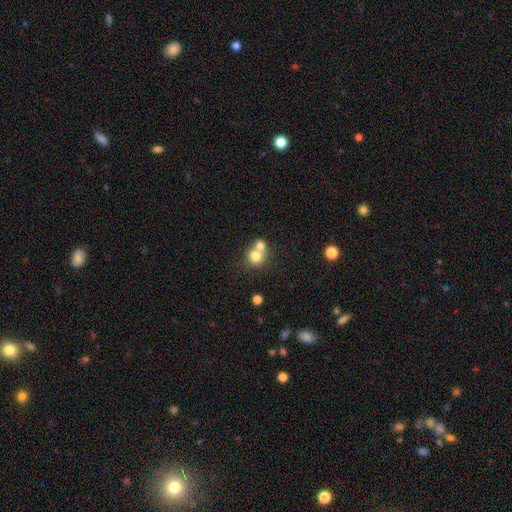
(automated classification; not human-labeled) A smooth galaxy with no disk features (75%) that is round (80%).

Vote fractions:
- Smooth or featured? smooth: 75% / featured or disk: 15% / star or artifact: 10%
- How rounded? round: 80% / in between: 19% / cigar-shaped: 1%
- Merging? merger: 59% / none: 32% / minor disturbance: 6% / major disturbance: 3%